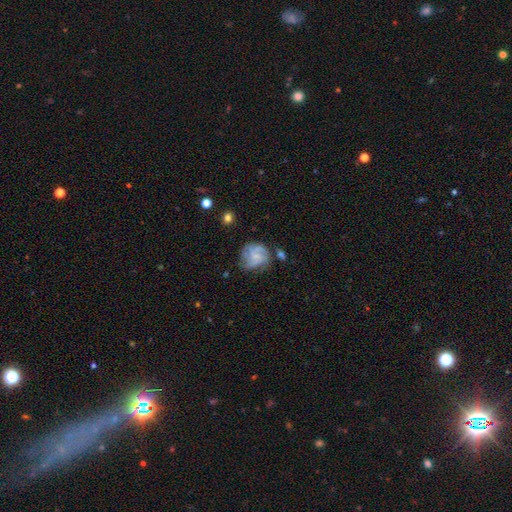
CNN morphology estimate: A featured or disk galaxy (69%) with no bar (63%), 3 (33%) tight (45%) spiral arms (88%) and a small central bulge (60%).

Vote fractions:
- Smooth or featured? featured or disk: 69% / smooth: 23% / star or artifact: 8%
- Edge-on disk? no: 98% / yes: 2%
- Bar? no: 63% / weak: 32% / strong: 5%
- Spiral arms? yes: 88% / no: 12%
- Spiral winding? tight: 45% / medium: 40% / loose: 15%
- Spiral arm count? 3: 33% / can't tell: 27% / 2: 19% / 4: 11% / 1: 5% / more than 4: 5%
- Bulge size? small: 60% / none: 22% / moderate: 16% / large: 1% / dominant: 1%
- Merging? none: 58% / minor disturbance: 24% / major disturbance: 14% / merger: 5%